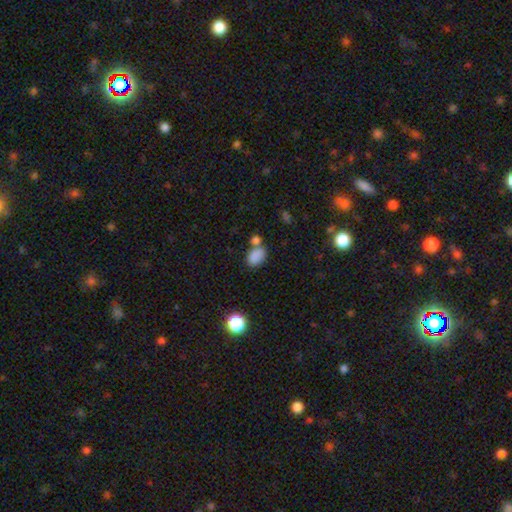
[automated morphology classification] smooth 83%, star or artifact 11%, featured or disk 6%. Down the decision tree: how rounded — in between (84%); merging — none (53%).